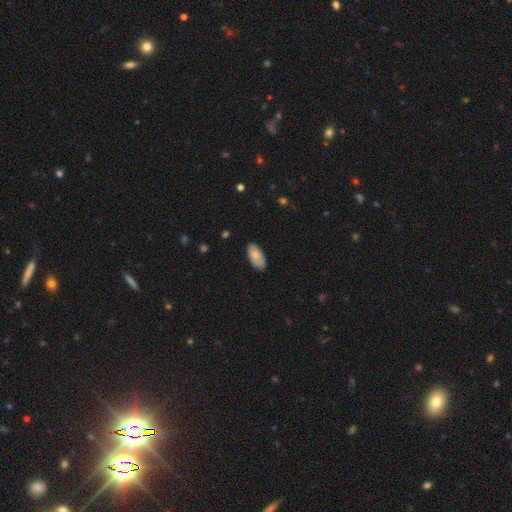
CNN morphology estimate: type=smooth (81%); roundness=in between (94%); merging=none (85%).